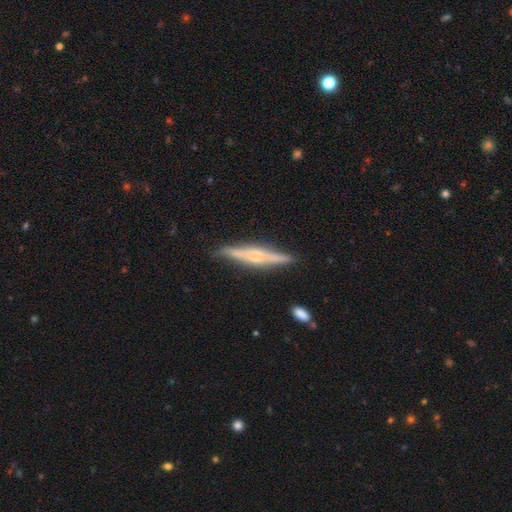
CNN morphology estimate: smooth_or_featured: featured or disk (p=0.71) [alt: smooth p=0.23]
disk_edge_on: yes (p=0.96) [alt: no p=0.04]
edge_on_bulge: rounded (p=0.74) [alt: boxy p=0.17]
merging: none (p=0.85) [alt: minor disturbance p=0.11]